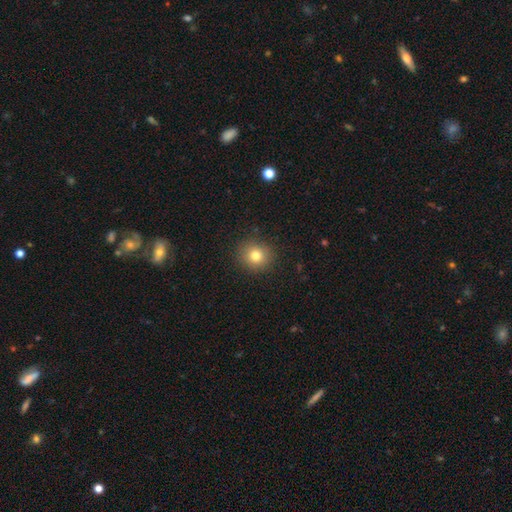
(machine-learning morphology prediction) This appears to be a smooth galaxy with no disk features (78%) that is round (87%). Merging: none (90%).